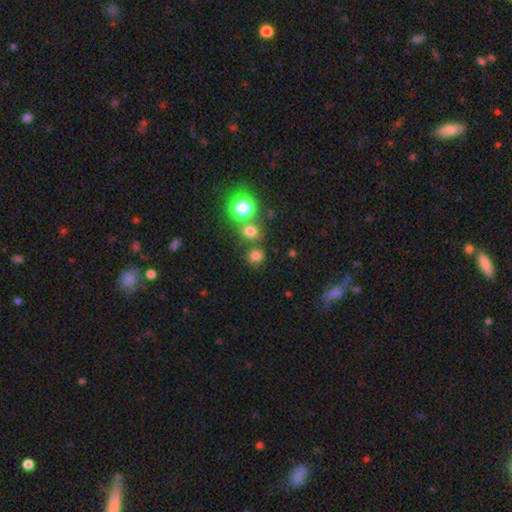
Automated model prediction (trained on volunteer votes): A smooth galaxy with no disk features (73%) that is round (84%). Merging: none (74%).